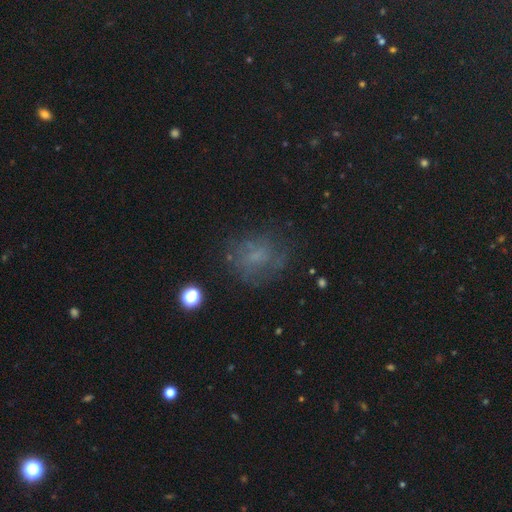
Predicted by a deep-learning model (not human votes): Q: Smooth or featured?
A: smooth (42%); runner-up: featured or disk (33%)
Q: Merging?
A: none (62%); runner-up: minor disturbance (20%)